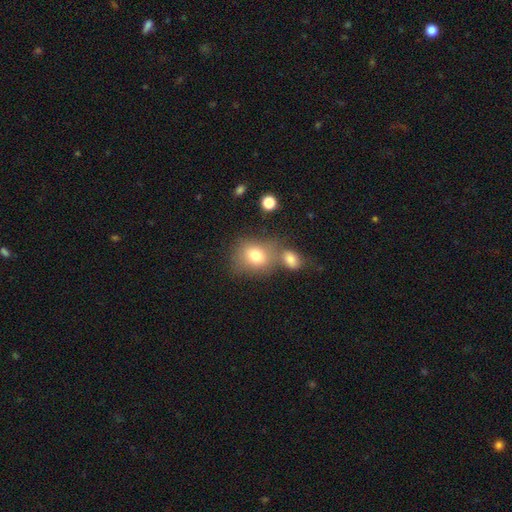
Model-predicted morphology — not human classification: smooth 77%, featured or disk 13%, star or artifact 10%. Down the decision tree: how rounded — round (55%); merging — none (49%).